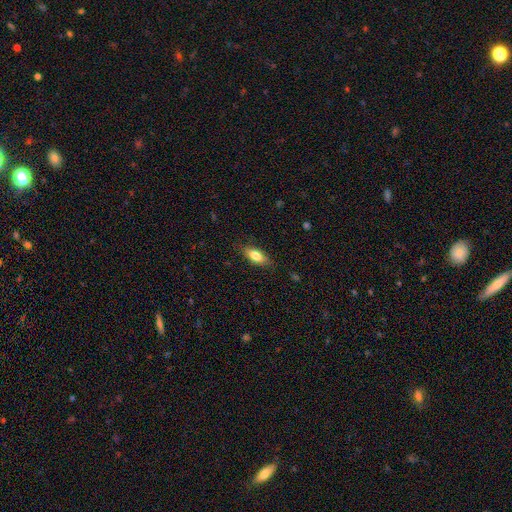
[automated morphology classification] The model was most divided on "how rounded": in between: 77%, cigar-shaped: 19%, round: 3%. More confident: merging — none (84%); smooth or featured — smooth (76%).